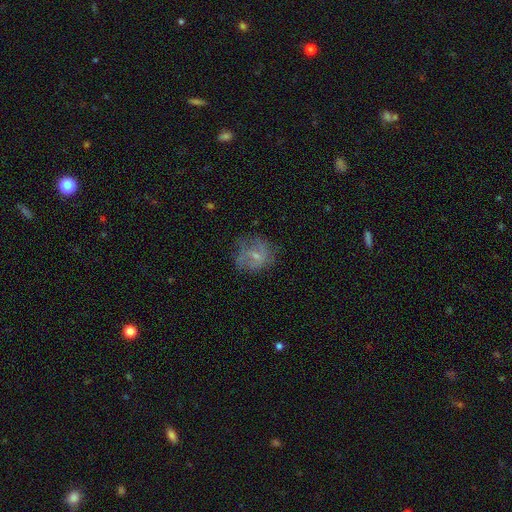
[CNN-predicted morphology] Smooth or featured? Predicted: featured or disk (p=0.50). Merging? Predicted: none (p=0.58).